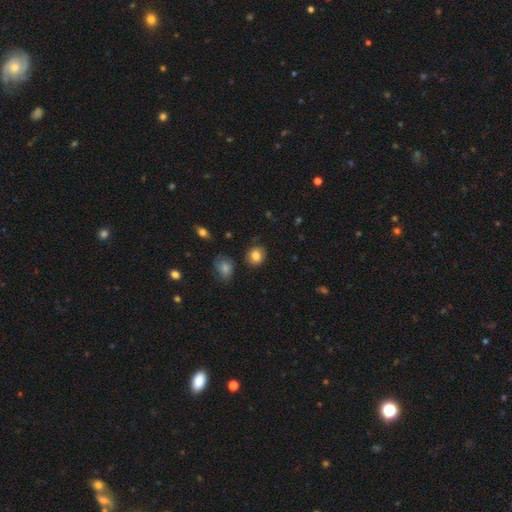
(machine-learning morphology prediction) This appears to be a smooth galaxy with no disk features (83%) that is round (69%). Merging: none (82%).